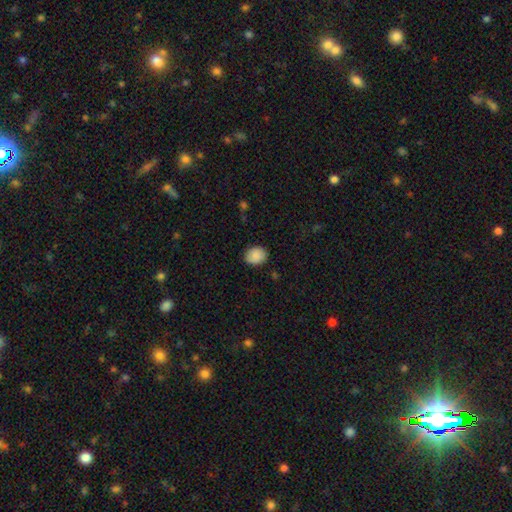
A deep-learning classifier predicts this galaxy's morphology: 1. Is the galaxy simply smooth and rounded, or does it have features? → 88% smooth, 7% star or artifact, 4% featured or disk.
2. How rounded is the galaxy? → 53% round, 46% in between, 1% cigar-shaped.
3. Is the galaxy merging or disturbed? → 84% none, 13% minor disturbance, 3% major disturbance, 1% merger.